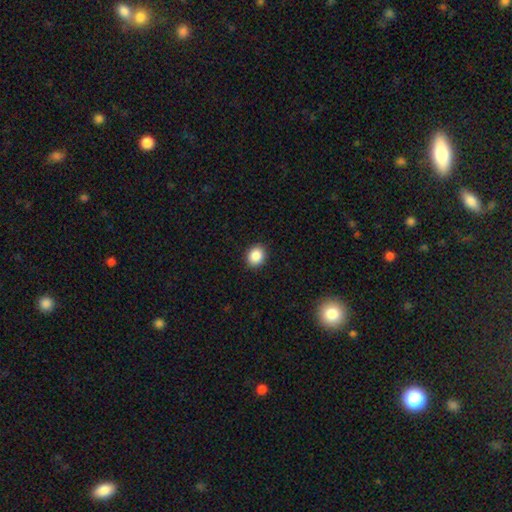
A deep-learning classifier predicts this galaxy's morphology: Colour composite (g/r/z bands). It shows a smooth galaxy with no disk features (88%) that is round (56%). Merging: none (91%).